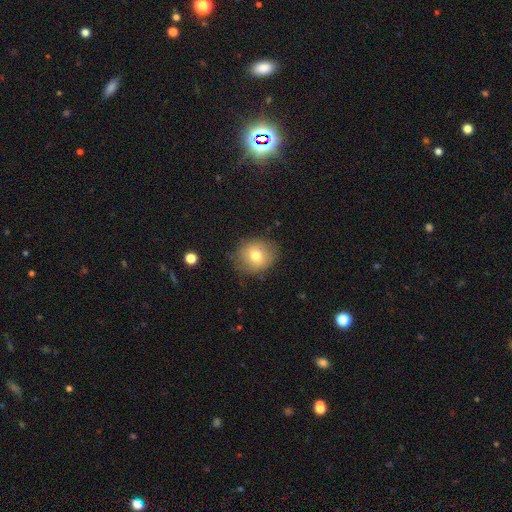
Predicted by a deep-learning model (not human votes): smooth_or_featured: smooth (p=0.73) [alt: featured or disk p=0.17]
how_rounded: round (p=0.75) [alt: in between p=0.24]
merging: none (p=0.77) [alt: minor disturbance p=0.17]